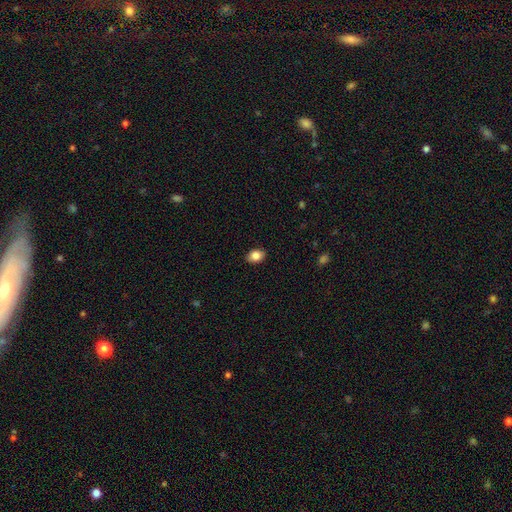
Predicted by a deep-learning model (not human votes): Smooth or featured?
  - smooth: 85% *
  - star or artifact: 8%
  - featured or disk: 6%
How rounded?
  - in between: 73% *
  - round: 26%
  - cigar-shaped: 1%
Merging?
  - none: 89% *
  - minor disturbance: 9%
  - major disturbance: 2%
  - merger: 1%